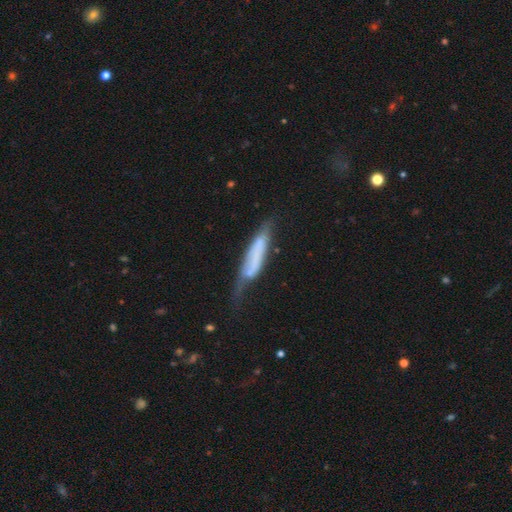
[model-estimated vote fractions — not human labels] smooth 48%, featured or disk 43%, star or artifact 8%. Down the decision tree: merging — minor disturbance (33%).